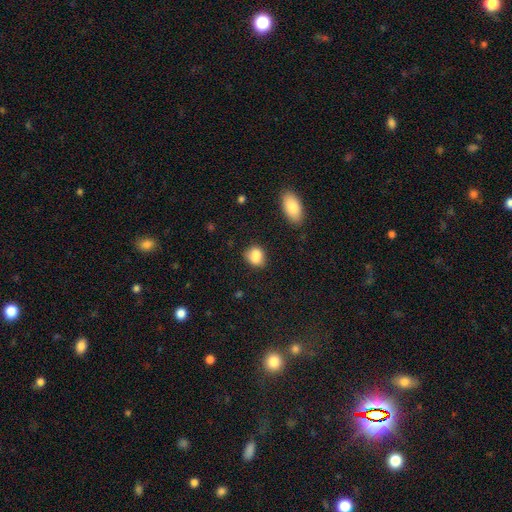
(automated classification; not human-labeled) This is likely a smooth galaxy (79%). How rounded: possibly in between (50%). Merging: possibly none (46%).